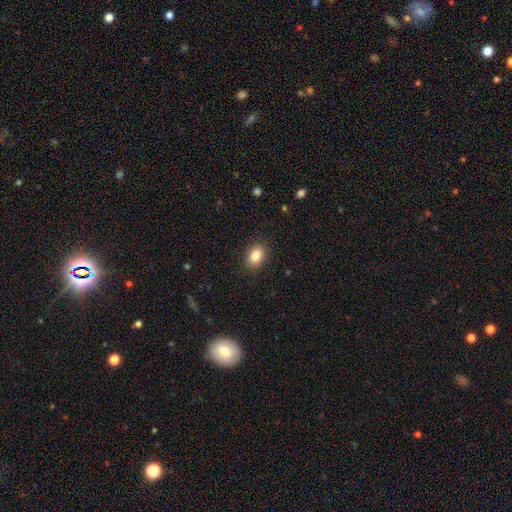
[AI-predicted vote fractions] This is clearly a smooth galaxy (85%). How rounded: likely in between (75%). Merging: clearly none (88%).